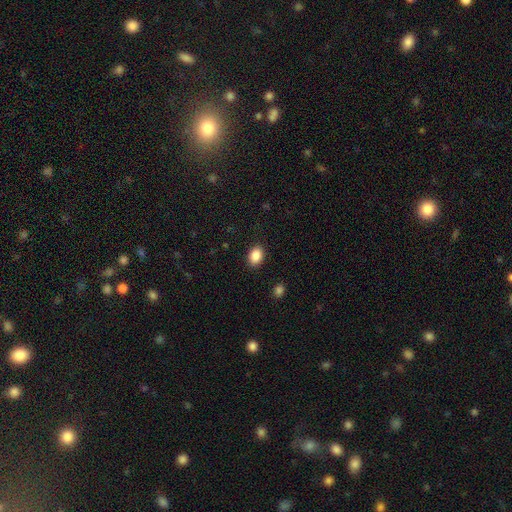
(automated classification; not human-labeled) Smooth or featured?
  - smooth: 89% *
  - star or artifact: 8%
  - featured or disk: 3%
How rounded?
  - in between: 78% *
  - round: 21%
  - cigar-shaped: 1%
Merging?
  - none: 89% *
  - minor disturbance: 8%
  - major disturbance: 2%
  - merger: 1%